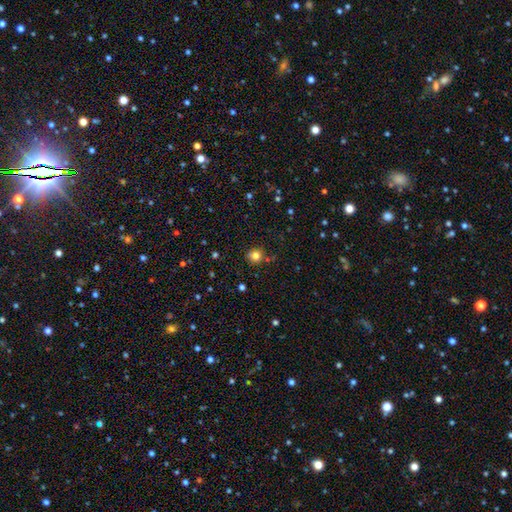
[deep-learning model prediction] A smooth galaxy with no disk features (79%) that is round (88%).

Vote fractions:
- Smooth or featured? smooth: 79% / star or artifact: 14% / featured or disk: 6%
- How rounded? round: 88% / in between: 11% / cigar-shaped: 1%
- Merging? none: 81% / minor disturbance: 12% / merger: 4% / major disturbance: 3%